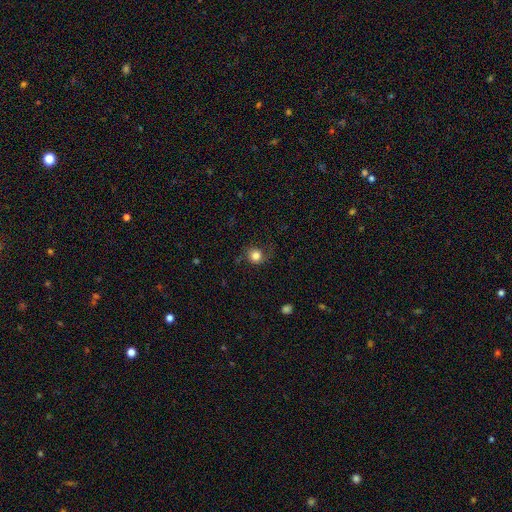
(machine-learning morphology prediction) This appears to be a smooth galaxy with no disk features (78%) that is round (87%). Merging: none (70%).